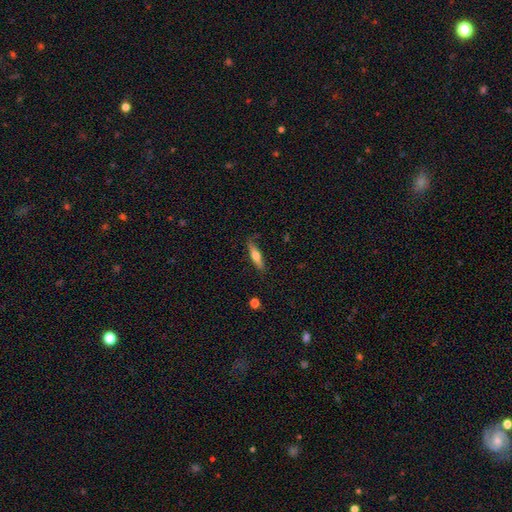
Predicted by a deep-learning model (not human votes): A smooth galaxy with no disk features (54%) that is cigar-shaped (75%).

Vote fractions:
- Smooth or featured? smooth: 54% / featured or disk: 39% / star or artifact: 6%
- How rounded? cigar-shaped: 75% / in between: 22% / round: 2%
- Merging? none: 80% / minor disturbance: 15% / major disturbance: 3% / merger: 2%